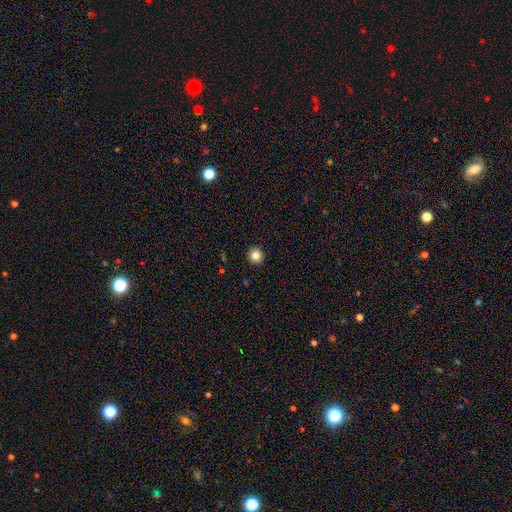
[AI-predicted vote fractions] Smooth or featured: smooth — 83% (star or artifact — 11%)
How rounded: round — 92% (in between — 7%)
Merging: none — 93% (minor disturbance — 4%)